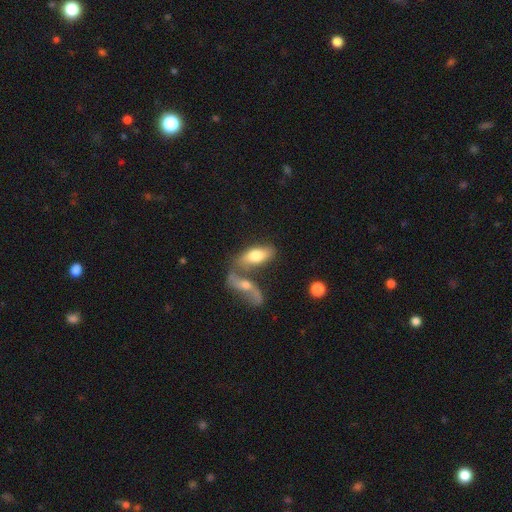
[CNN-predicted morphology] type=smooth (63%); roundness=in between (83%); merging=merger (49%).